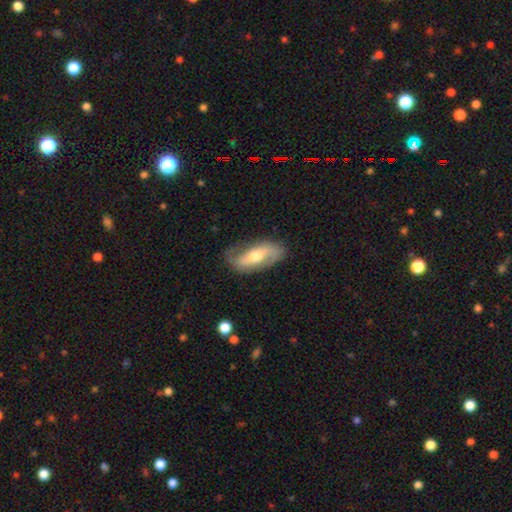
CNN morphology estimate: A featured or disk galaxy (69%) with no bar (36%), 2 (86%) loose (52%) spiral arms (84%) and a moderate central bulge (65%).

Vote fractions:
- Smooth or featured? featured or disk: 69% / smooth: 25% / star or artifact: 6%
- Edge-on disk? no: 88% / yes: 12%
- Bar? no: 36% / weak: 32% / strong: 32%
- Spiral arms? yes: 84% / no: 16%
- Spiral winding? loose: 52% / medium: 32% / tight: 17%
- Spiral arm count? 2: 86% / can't tell: 8% / 1: 4% / 3: 1% / 4: 1% / more than 4: 1%
- Bulge size? moderate: 65% / small: 28% / large: 4% / none: 1% / dominant: 1%
- Merging? none: 76% / minor disturbance: 17% / major disturbance: 5% / merger: 1%